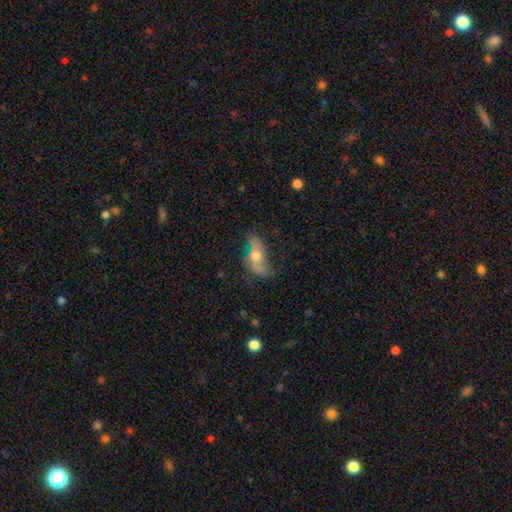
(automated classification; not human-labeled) Overall: featured or disk (53%; smooth 38%). Edge-on disk: no (82%). Merging: none (56%; minor disturbance 27%).